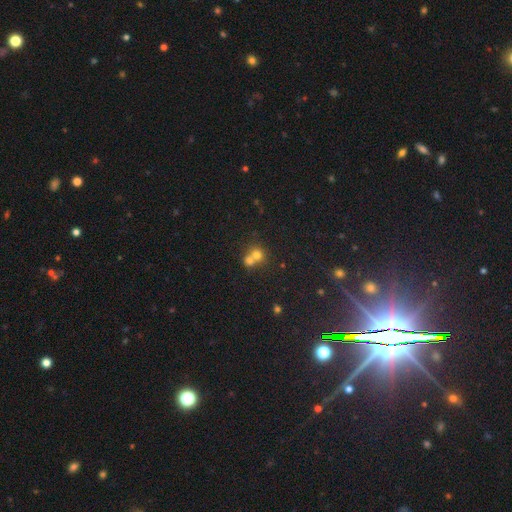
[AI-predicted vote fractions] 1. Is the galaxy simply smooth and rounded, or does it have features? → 68% smooth, 16% star or artifact, 16% featured or disk.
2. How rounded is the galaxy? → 82% round, 17% in between, 1% cigar-shaped.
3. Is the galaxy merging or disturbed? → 59% merger, 33% none, 5% minor disturbance, 2% major disturbance.